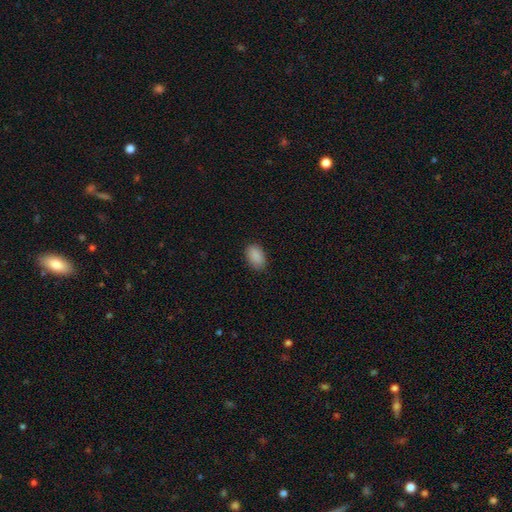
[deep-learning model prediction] smooth 90%, star or artifact 7%, featured or disk 3%. Down the decision tree: how rounded — in between (91%); merging — none (86%).